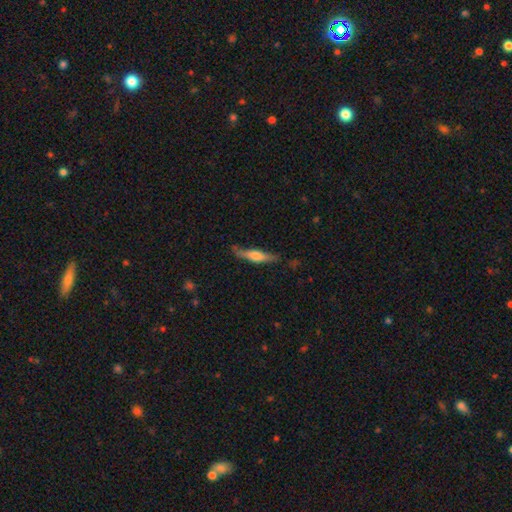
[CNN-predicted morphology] This appears to be a smooth galaxy with no disk features (48%). Merging: none (76%).